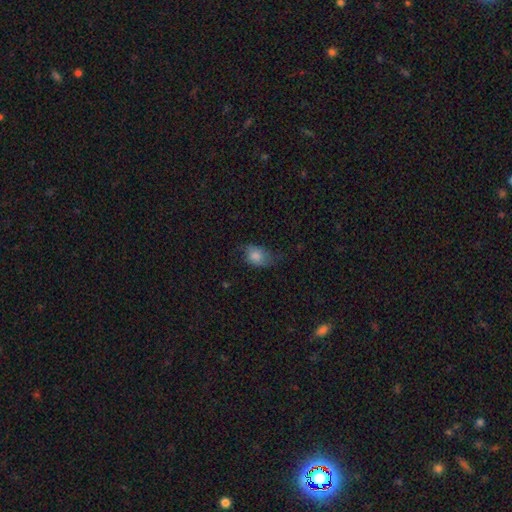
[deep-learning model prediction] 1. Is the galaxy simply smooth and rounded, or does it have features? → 77% smooth, 13% featured or disk, 10% star or artifact.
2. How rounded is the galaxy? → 74% in between, 25% round, 2% cigar-shaped.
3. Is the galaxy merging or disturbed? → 49% none, 32% minor disturbance, 17% major disturbance, 2% merger.